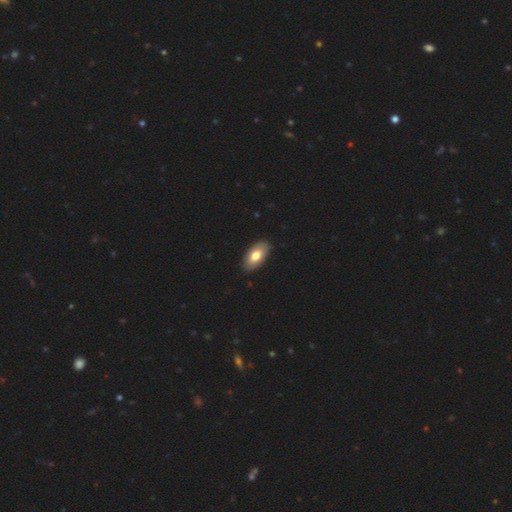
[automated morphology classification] Smooth or featured: smooth — 76% (featured or disk — 18%)
How rounded: in between — 94% (cigar-shaped — 3%)
Merging: none — 89% (minor disturbance — 8%)